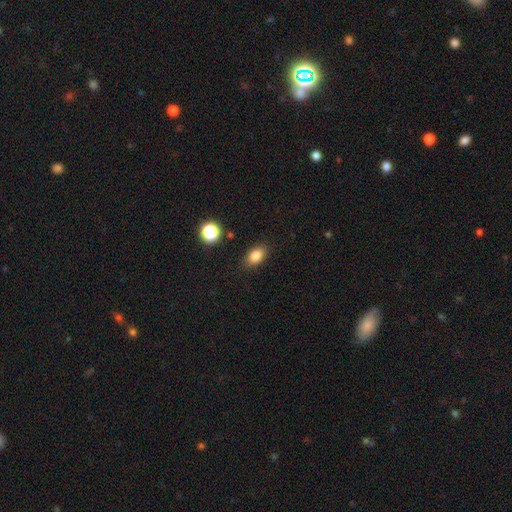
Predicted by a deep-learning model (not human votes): This appears to be a smooth galaxy with no disk features (82%) that is in between round and cigar-shaped (84%). Merging: none (86%).